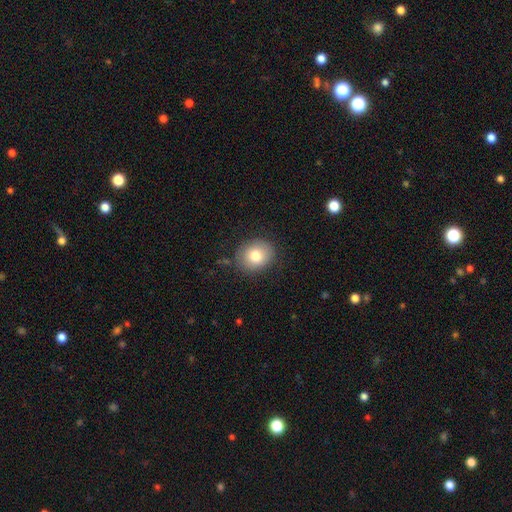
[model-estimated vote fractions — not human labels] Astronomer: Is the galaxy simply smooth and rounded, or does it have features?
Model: smooth — 79%.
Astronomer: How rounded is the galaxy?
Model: round — 64%.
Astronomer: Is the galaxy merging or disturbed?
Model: none — 84%.